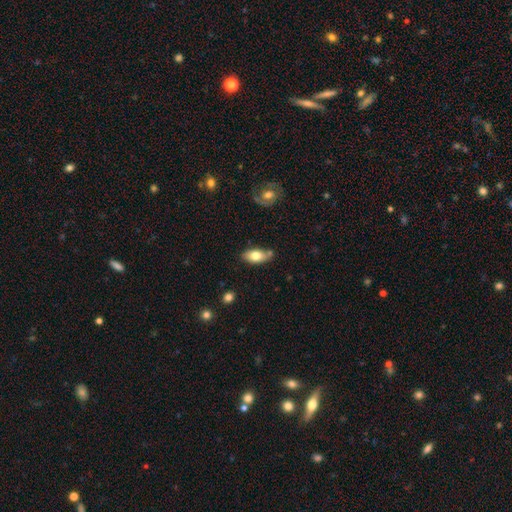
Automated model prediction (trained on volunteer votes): Smooth or featured: smooth — 75% (featured or disk — 18%)
How rounded: in between — 90% (cigar-shaped — 7%)
Merging: none — 68% (minor disturbance — 20%)